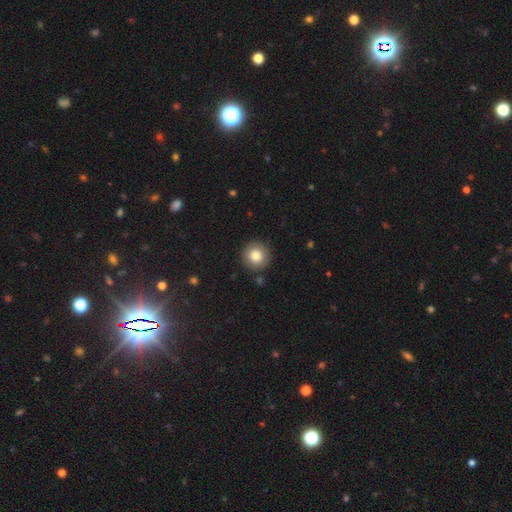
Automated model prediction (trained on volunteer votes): This is clearly a smooth galaxy (81%). How rounded: clearly round (95%). Merging: clearly none (90%).